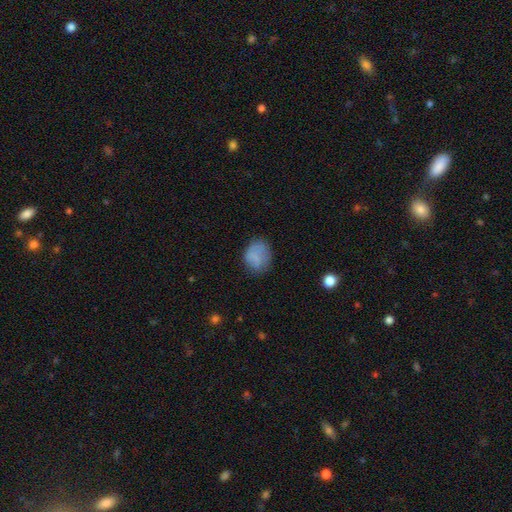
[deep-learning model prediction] smooth_or_featured: smooth (p=0.75) [alt: featured or disk p=0.15]
how_rounded: round (p=0.52) [alt: in between p=0.47]
merging: none (p=0.61) [alt: minor disturbance p=0.25]